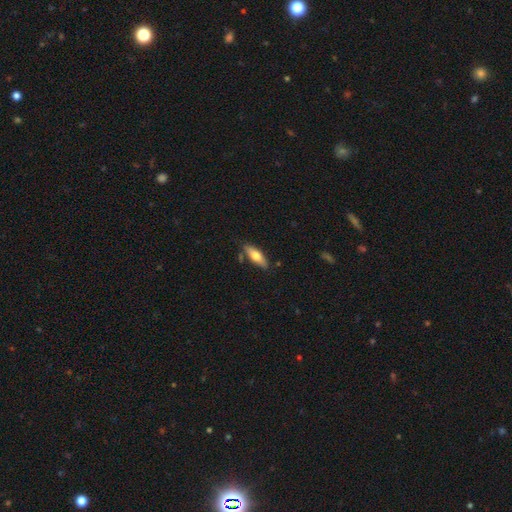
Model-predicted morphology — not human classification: Overall: smooth (66%; featured or disk 28%). How rounded: in between (58%; cigar-shaped 40%). Merging: none (78%).